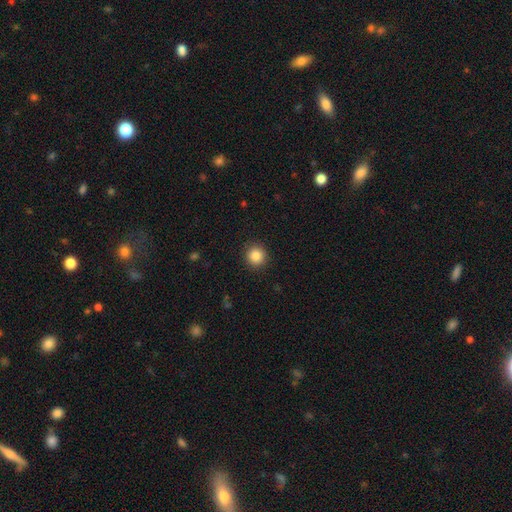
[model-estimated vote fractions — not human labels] Smooth or featured?
  - smooth: 86% *
  - star or artifact: 10%
  - featured or disk: 4%
How rounded?
  - round: 93% *
  - in between: 6%
  - cigar-shaped: 1%
Merging?
  - none: 91% *
  - minor disturbance: 6%
  - major disturbance: 2%
  - merger: 1%